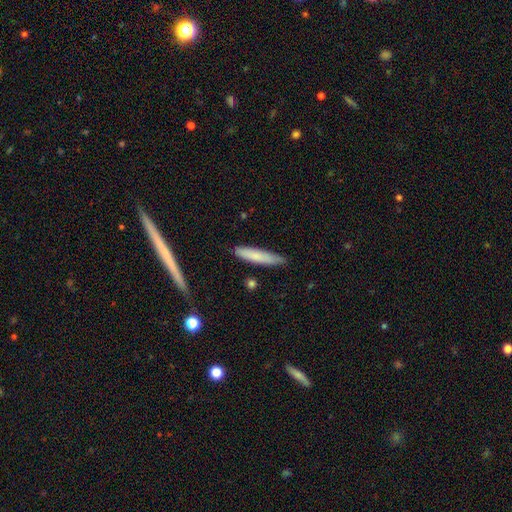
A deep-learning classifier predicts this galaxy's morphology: type=smooth (75%); roundness=cigar-shaped (88%); merging=none (80%).